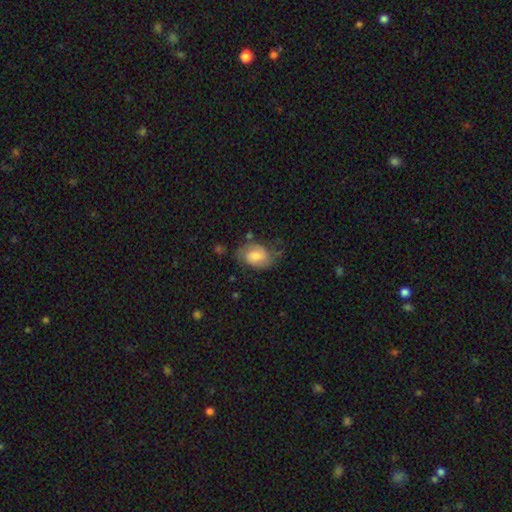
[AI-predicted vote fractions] Smooth or featured?
  - smooth: 54% *
  - featured or disk: 38%
  - star or artifact: 8%
How rounded?
  - in between: 73% *
  - round: 25%
  - cigar-shaped: 1%
Merging?
  - none: 53% *
  - minor disturbance: 30%
  - major disturbance: 14%
  - merger: 3%